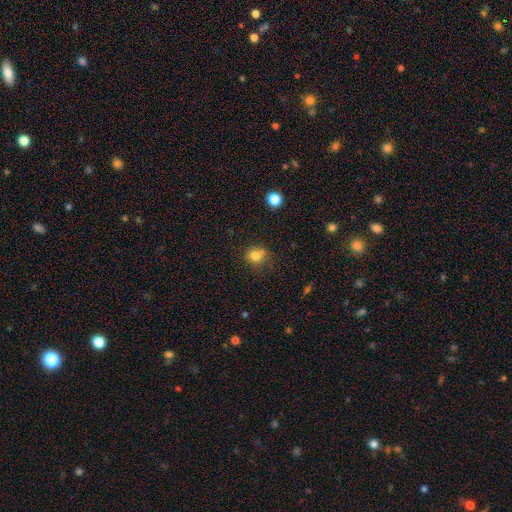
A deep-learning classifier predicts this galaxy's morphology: This appears to be a smooth galaxy with no disk features (78%) that is round (82%). Merging: none (65%).